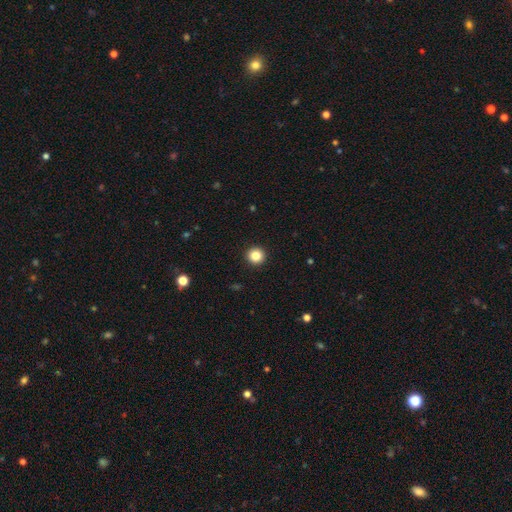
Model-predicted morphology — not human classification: smooth 85%, star or artifact 11%, featured or disk 4%. Down the decision tree: how rounded — round (96%); merging — none (94%).